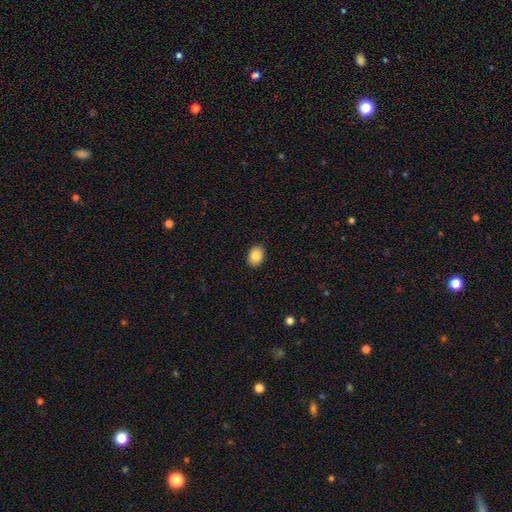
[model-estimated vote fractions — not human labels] A smooth galaxy with no disk features (85%) that is in between round and cigar-shaped (67%).

Vote fractions:
- Smooth or featured? smooth: 85% / star or artifact: 8% / featured or disk: 6%
- How rounded? in between: 67% / round: 32% / cigar-shaped: 1%
- Merging? none: 89% / minor disturbance: 9% / major disturbance: 2% / merger: 1%